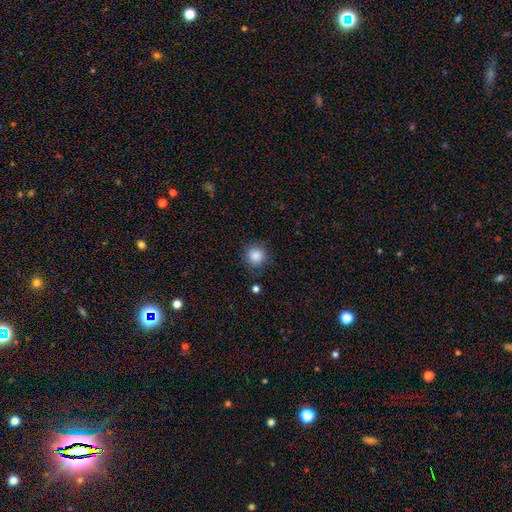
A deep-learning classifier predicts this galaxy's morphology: The model was most divided on "merging": none: 83%, minor disturbance: 12%, major disturbance: 3%, merger: 2%. More confident: how rounded — round (92%); smooth or featured — smooth (85%).